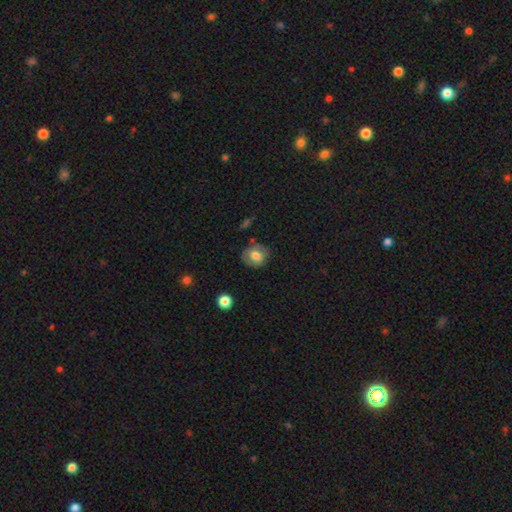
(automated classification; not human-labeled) The model was most divided on "smooth or featured": smooth: 65%, featured or disk: 27%, star or artifact: 8%. More confident: merging — none (76%); how rounded — round (71%).